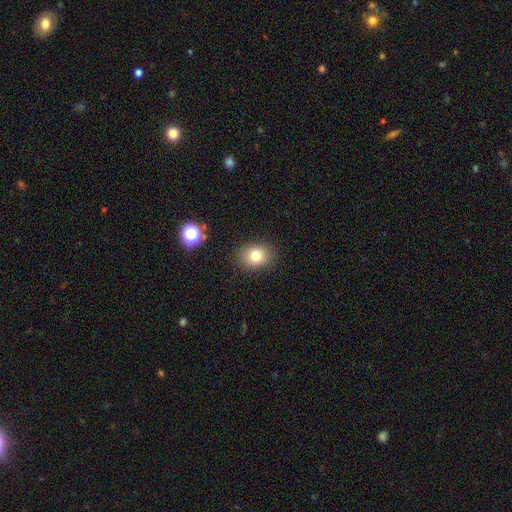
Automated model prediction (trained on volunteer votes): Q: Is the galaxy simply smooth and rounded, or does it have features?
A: smooth — 80%.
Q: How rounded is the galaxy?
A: round — 50%.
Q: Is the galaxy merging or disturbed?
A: none — 86%.